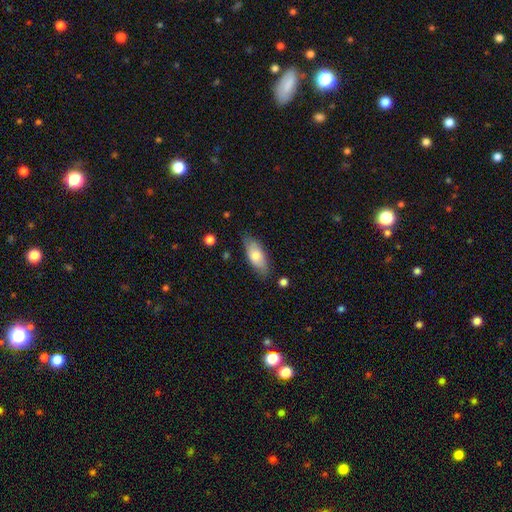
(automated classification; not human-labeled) smooth 72%, featured or disk 21%, star or artifact 6%. Down the decision tree: how rounded — in between (84%); merging — none (76%).